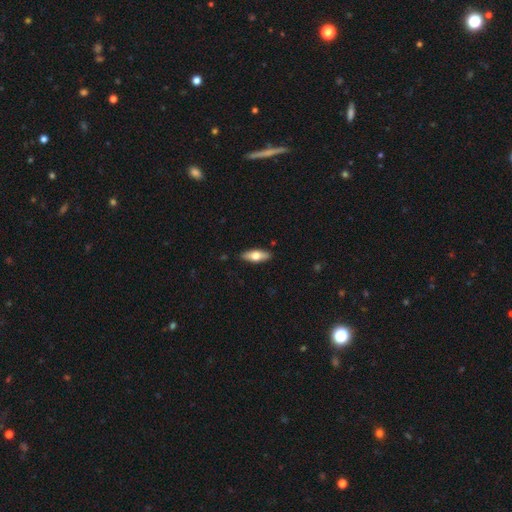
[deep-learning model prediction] Overall: smooth (62%; featured or disk 32%). How rounded: in between (68%; cigar-shaped 29%). Merging: none (89%).